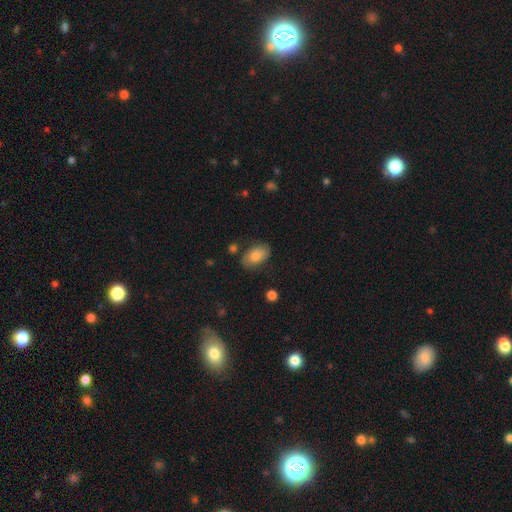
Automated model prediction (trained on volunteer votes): This is likely a smooth galaxy (75%). How rounded: clearly in between (91%). Merging: likely none (75%).